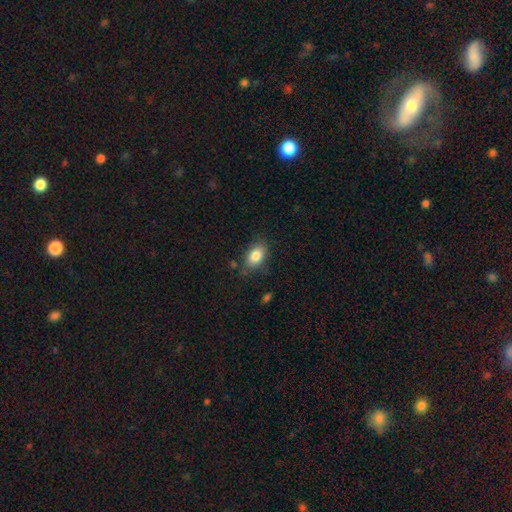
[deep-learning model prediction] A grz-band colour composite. It shows a smooth galaxy with no disk features (84%) that is in between round and cigar-shaped (86%). Merging: none (79%).